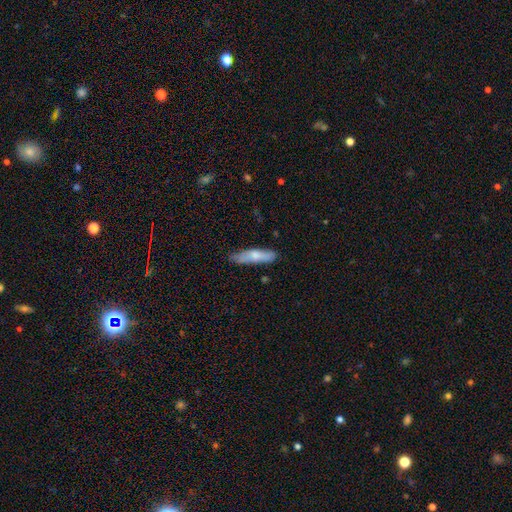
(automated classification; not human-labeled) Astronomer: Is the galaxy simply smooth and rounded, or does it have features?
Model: smooth — 69%.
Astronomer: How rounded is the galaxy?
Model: cigar-shaped — 71%.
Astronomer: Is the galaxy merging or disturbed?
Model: none — 73%.